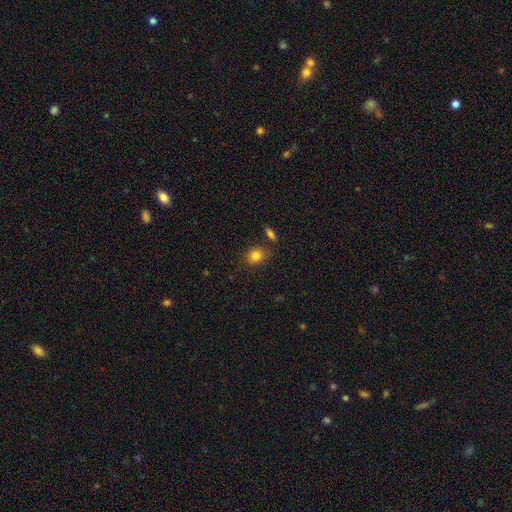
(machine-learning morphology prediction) This appears to be a smooth galaxy with no disk features (83%) that is in between round and cigar-shaped (51%). Merging: none (80%).